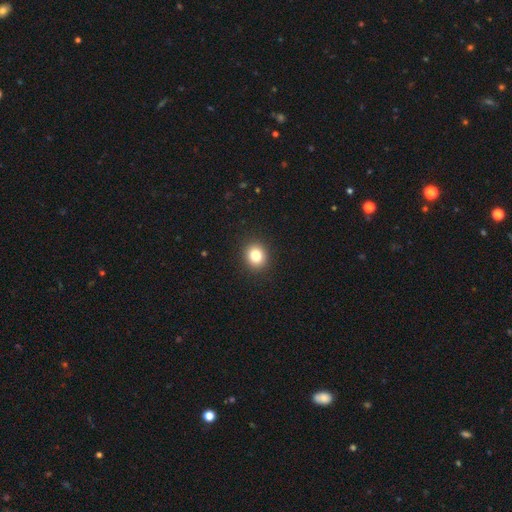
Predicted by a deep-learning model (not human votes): Overall: smooth (82%). How rounded: round (79%). Merging: none (92%).